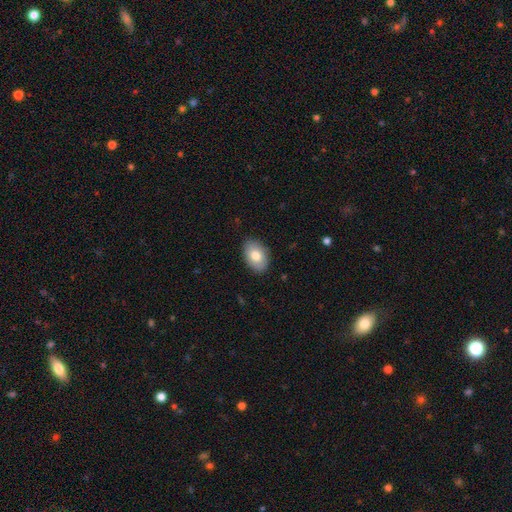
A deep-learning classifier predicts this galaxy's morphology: Smooth or featured? Predicted: smooth (p=0.77). How rounded? Predicted: in between (p=0.85). Merging? Predicted: none (p=0.87).